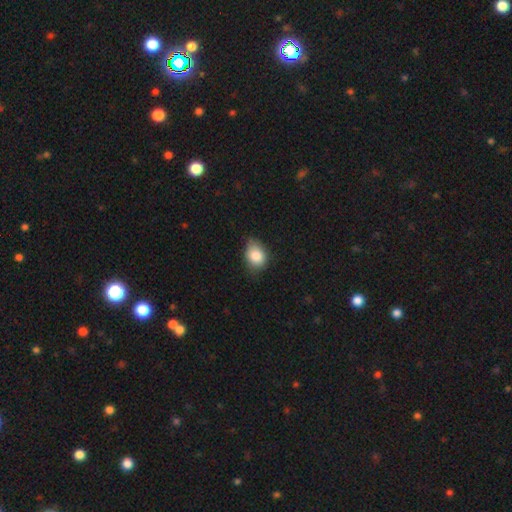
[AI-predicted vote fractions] Smooth or featured? smooth (84%)
How rounded? in between (65%)
Merging? none (66%)